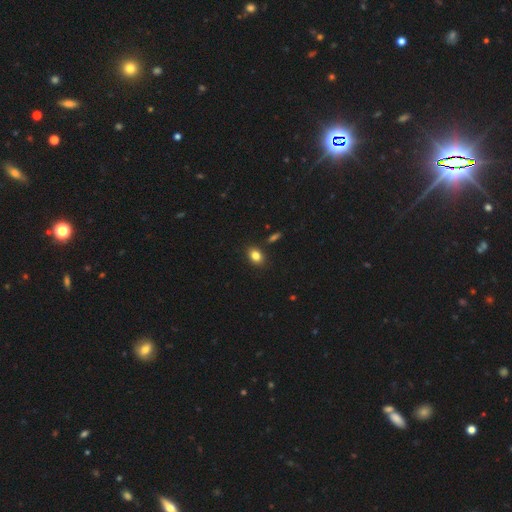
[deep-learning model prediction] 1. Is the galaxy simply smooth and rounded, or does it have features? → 83% smooth, 10% star or artifact, 7% featured or disk.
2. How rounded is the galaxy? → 66% in between, 32% round, 1% cigar-shaped.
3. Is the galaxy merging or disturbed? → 86% none, 9% minor disturbance, 3% merger, 2% major disturbance.